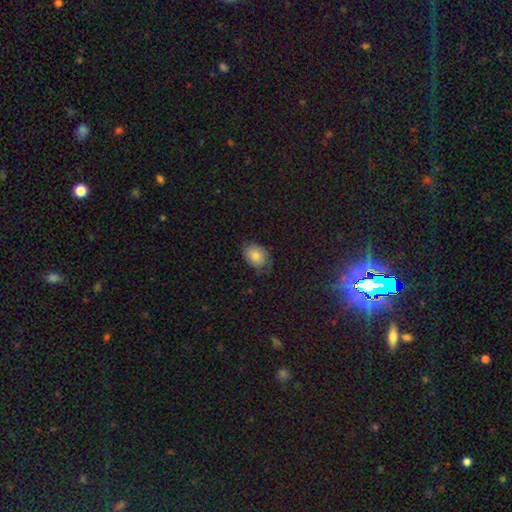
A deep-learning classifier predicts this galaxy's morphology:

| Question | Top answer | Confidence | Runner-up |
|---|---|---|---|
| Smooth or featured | smooth | 77% | featured or disk (14%) |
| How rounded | in between | 69% | round (30%) |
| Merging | none | 67% | minor disturbance (25%) |